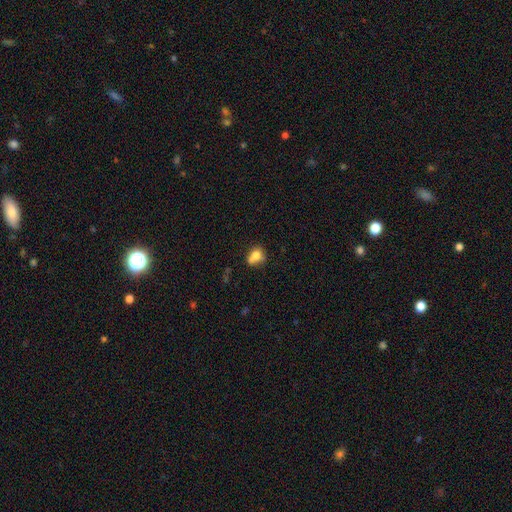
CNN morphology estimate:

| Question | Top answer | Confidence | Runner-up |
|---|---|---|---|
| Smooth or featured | smooth | 73% | featured or disk (16%) |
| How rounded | round | 53% | in between (45%) |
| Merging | none | 43% | merger (24%) |